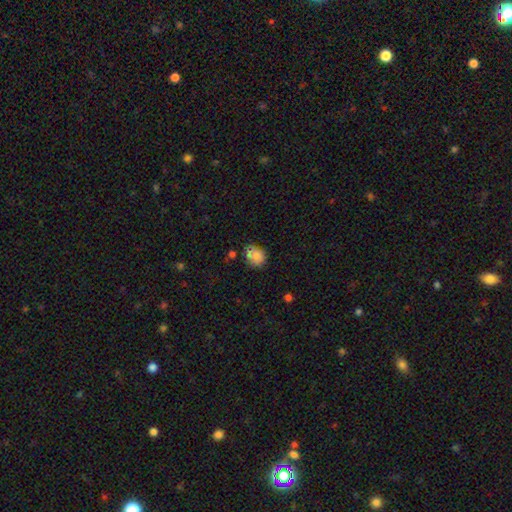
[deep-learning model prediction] Overall: smooth (76%). How rounded: in between (51%; round 48%). Merging: none (57%; minor disturbance 26%).